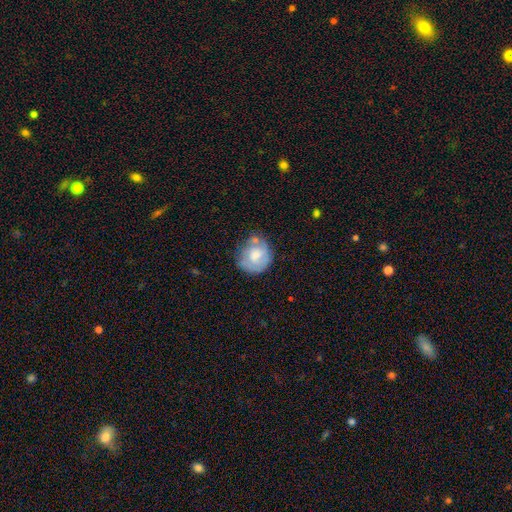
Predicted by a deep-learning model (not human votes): A smooth galaxy with no disk features (58%) that is round (77%).

Vote fractions:
- Smooth or featured? smooth: 58% / featured or disk: 35% / star or artifact: 7%
- How rounded? round: 77% / in between: 22% / cigar-shaped: 1%
- Merging? none: 53% / minor disturbance: 28% / major disturbance: 11% / merger: 9%